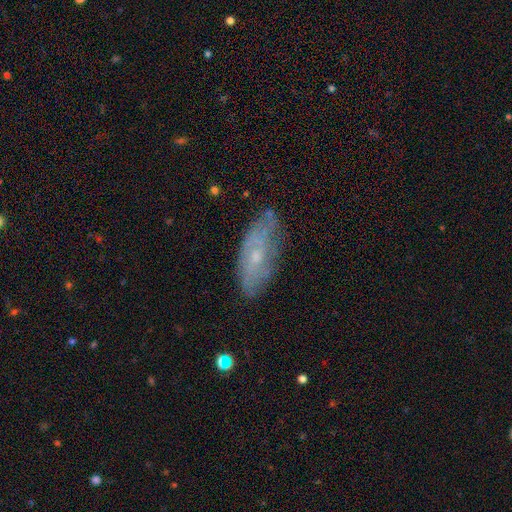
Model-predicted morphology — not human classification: Smooth or featured?
  - featured or disk: 58% *
  - smooth: 34%
  - star or artifact: 8%
Edge-on disk?
  - no: 83% *
  - yes: 17%
Merging?
  - none: 71% *
  - minor disturbance: 22%
  - major disturbance: 6%
  - merger: 2%